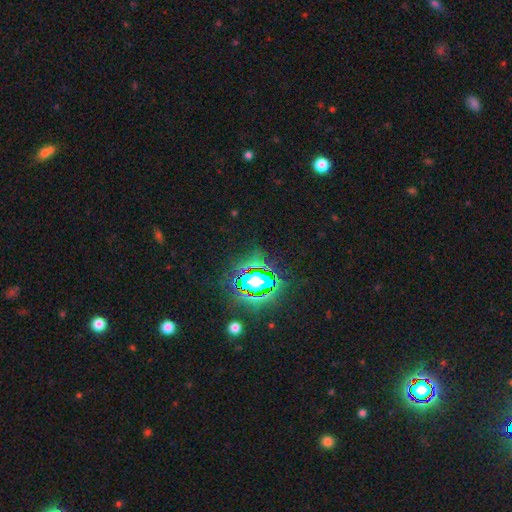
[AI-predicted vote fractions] This appears to be a star or artifact, not a galaxy (77%).